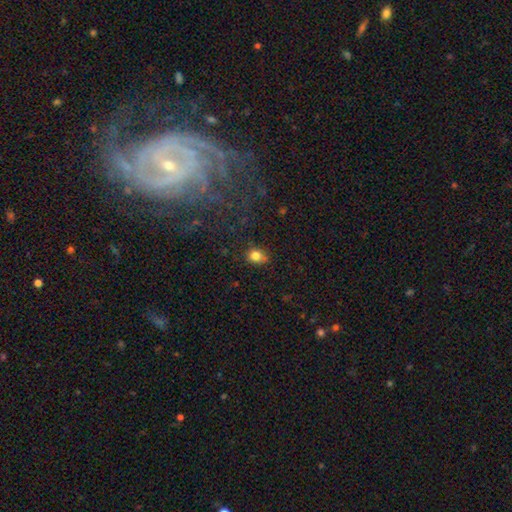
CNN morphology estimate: Smooth or featured? smooth (81%)
How rounded? round (56%)
Merging? none (73%)